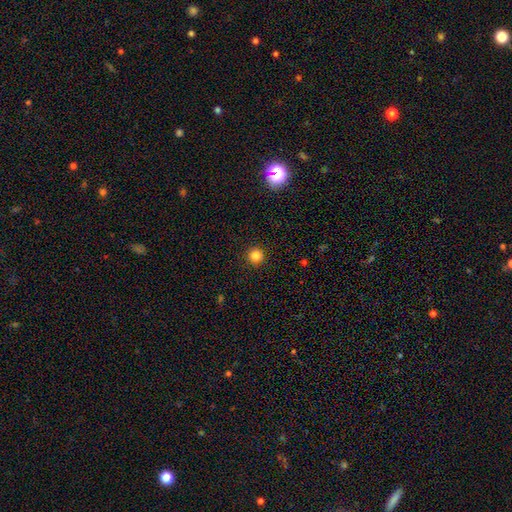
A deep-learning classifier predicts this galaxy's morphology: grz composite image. It shows a smooth galaxy with no disk features (83%) that is round (96%). Merging: none (93%).